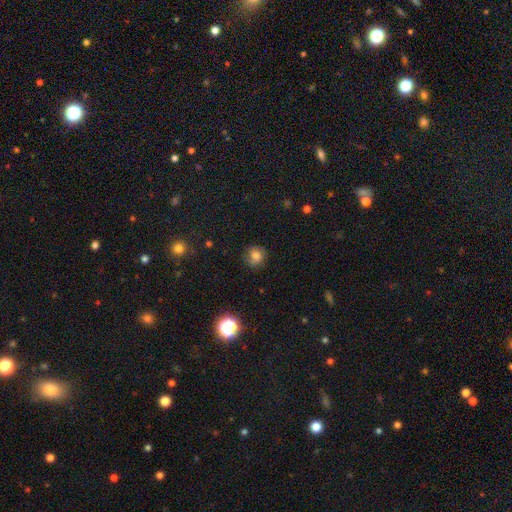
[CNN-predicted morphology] A smooth galaxy with no disk features (74%) that is round (82%).

Vote fractions:
- Smooth or featured? smooth: 74% / star or artifact: 15% / featured or disk: 11%
- How rounded? round: 82% / in between: 17% / cigar-shaped: 1%
- Merging? none: 77% / minor disturbance: 17% / major disturbance: 5% / merger: 1%